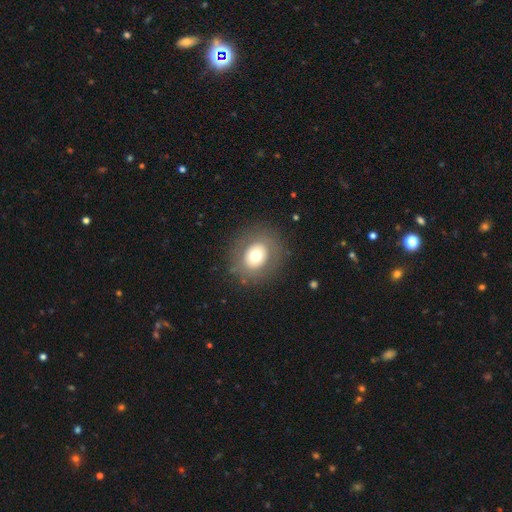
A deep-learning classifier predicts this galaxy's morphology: A smooth galaxy with no disk features (62%) that is round (73%). Merging: none (83%).